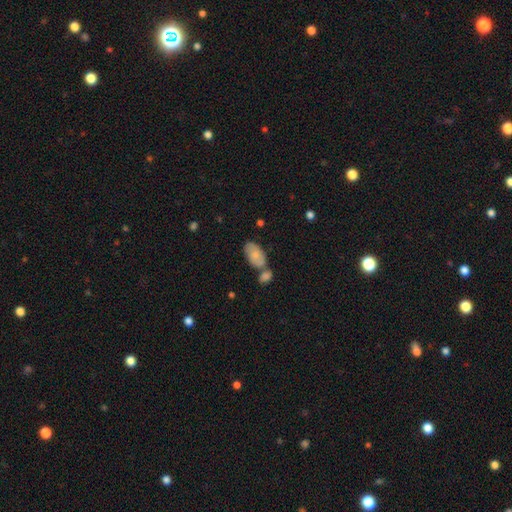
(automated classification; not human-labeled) This appears to be a smooth galaxy with no disk features (73%) that is in between round and cigar-shaped (93%). Merging: none (44%).